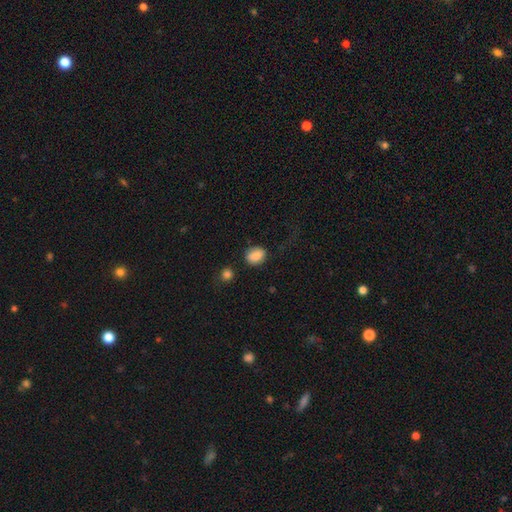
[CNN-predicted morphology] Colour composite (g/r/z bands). It shows a smooth galaxy with no disk features (86%) that is in between round and cigar-shaped (52%). Merging: none (72%).